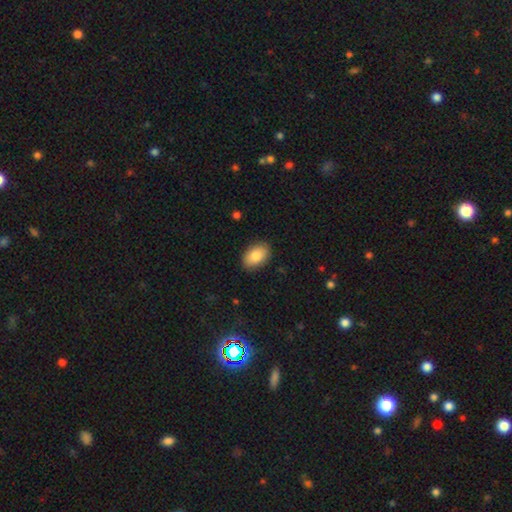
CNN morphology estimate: This appears to be a smooth galaxy with no disk features (84%) that is in between round and cigar-shaped (88%). Merging: none (88%).